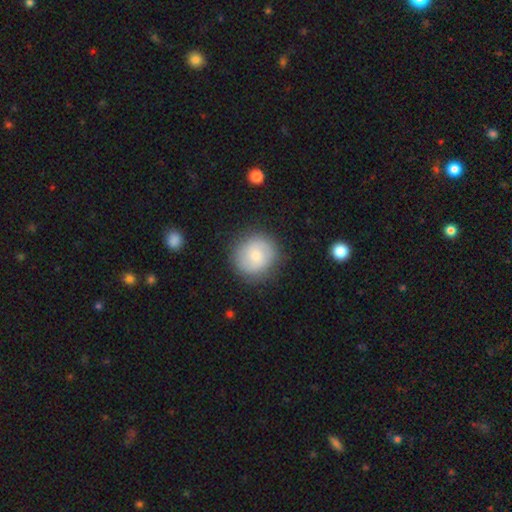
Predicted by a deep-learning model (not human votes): Smooth or featured? smooth (63%)
How rounded? round (91%)
Merging? none (85%)